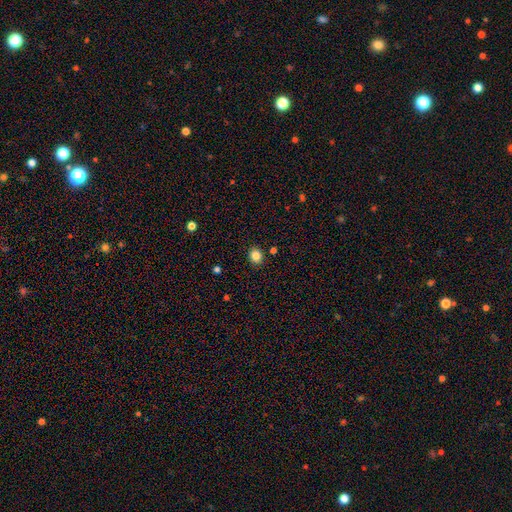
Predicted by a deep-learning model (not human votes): smooth_or_featured: smooth (p=0.84) [alt: star or artifact p=0.11]
how_rounded: round (p=0.74) [alt: in between p=0.25]
merging: none (p=0.88) [alt: minor disturbance p=0.07]